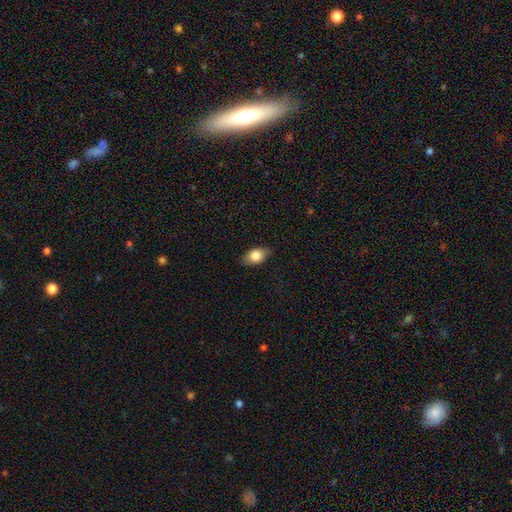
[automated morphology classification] Q: Smooth or featured?
A: smooth (80%); runner-up: featured or disk (13%)
Q: How rounded?
A: in between (87%); runner-up: round (11%)
Q: Merging?
A: none (85%); runner-up: minor disturbance (12%)